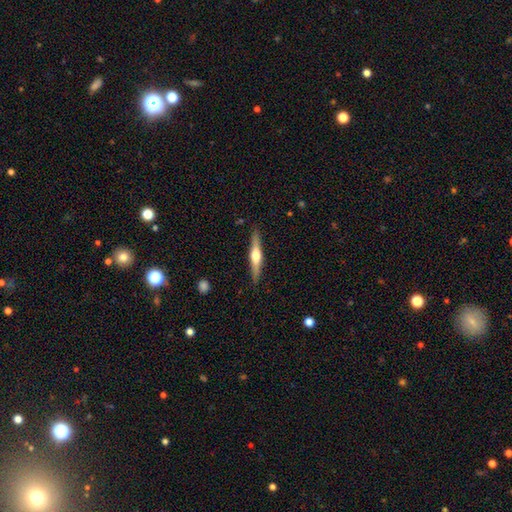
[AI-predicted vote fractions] Overall: featured or disk (67%; smooth 28%). Edge-on disk: yes (97%). Edge-on bulge: rounded (93%). Merging: none (90%).